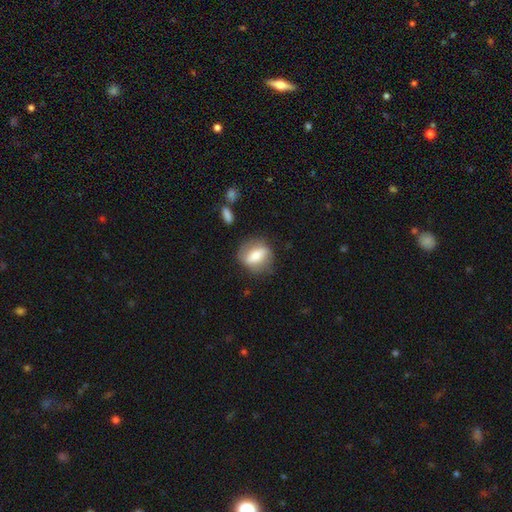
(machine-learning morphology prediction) Overall: smooth (52%; featured or disk 41%). How rounded: in between (47%; round 44%). Merging: none (76%).